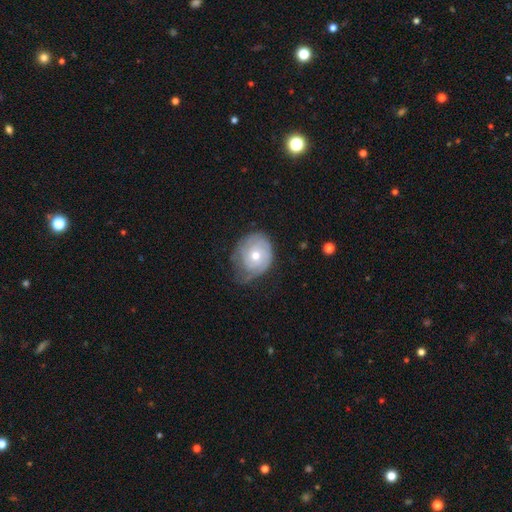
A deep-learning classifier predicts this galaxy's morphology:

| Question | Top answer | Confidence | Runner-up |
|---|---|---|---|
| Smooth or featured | featured or disk | 73% | smooth (21%) |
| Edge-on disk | no | 97% | yes (3%) |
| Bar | no | 80% | weak (17%) |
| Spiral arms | yes | 89% | no (11%) |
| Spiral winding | tight | 72% | medium (22%) |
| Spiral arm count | can't tell | 40% | 2 (22%) |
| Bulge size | moderate | 63% | small (33%) |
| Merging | none | 59% | minor disturbance (29%) |